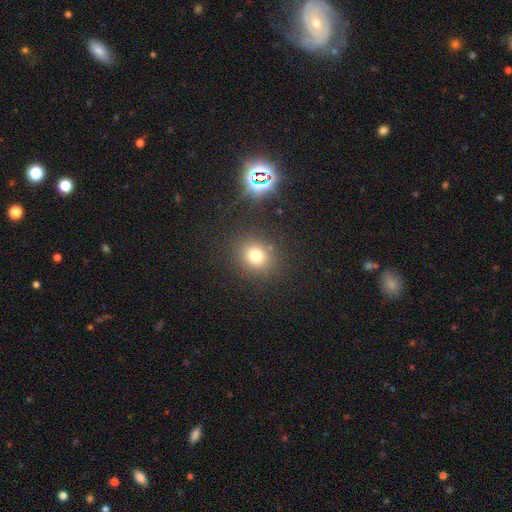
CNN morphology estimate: Smooth or featured? smooth (74%)
How rounded? round (75%)
Merging? none (84%)